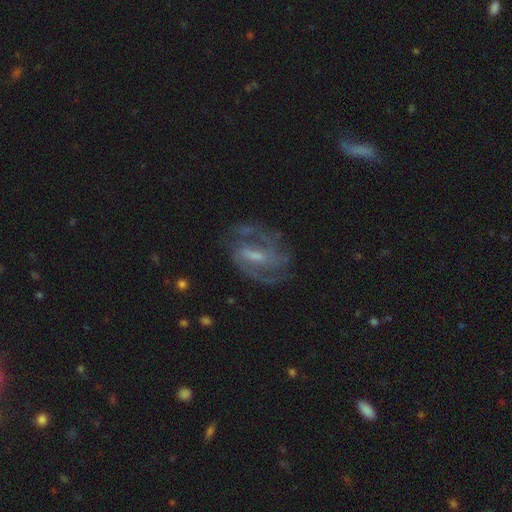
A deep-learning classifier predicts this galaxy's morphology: Smooth or featured: featured or disk — 85% (smooth — 9%)
Edge-on disk: no — 96% (yes — 4%)
Bar: weak — 48% (strong — 34%)
Spiral arms: yes — 94% (no — 6%)
Spiral winding: medium — 51% (tight — 35%)
Spiral arm count: 2 — 60% (3 — 16%)
Bulge size: small — 38% (moderate — 37%)
Merging: none — 69% (minor disturbance — 17%)